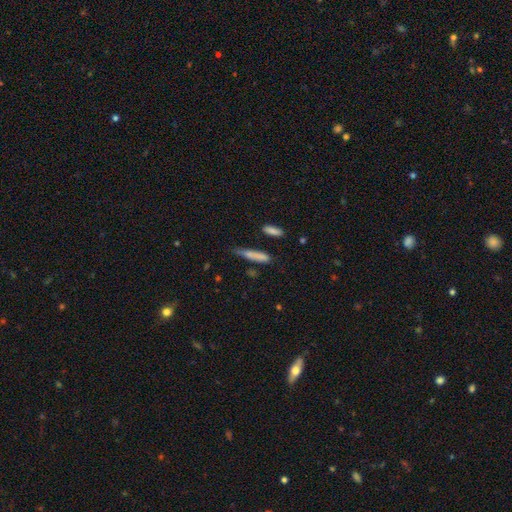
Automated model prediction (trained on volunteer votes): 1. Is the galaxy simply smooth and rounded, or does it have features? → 77% smooth, 16% featured or disk, 7% star or artifact.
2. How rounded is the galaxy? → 90% cigar-shaped, 9% in between, 2% round.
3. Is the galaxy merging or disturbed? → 66% none, 24% minor disturbance, 5% major disturbance, 4% merger.